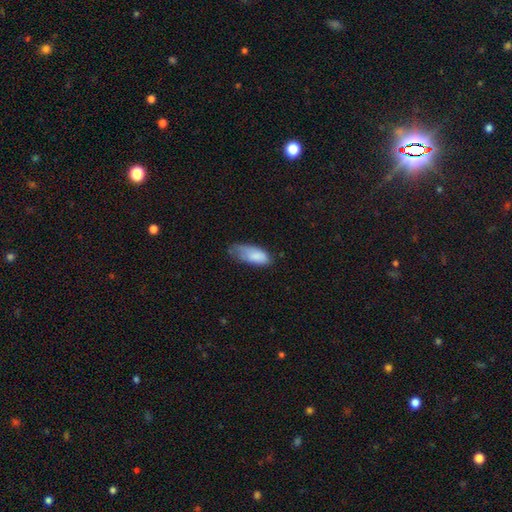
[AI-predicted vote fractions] A smooth galaxy with no disk features (81%) that is in between round and cigar-shaped (87%).

Vote fractions:
- Smooth or featured? smooth: 81% / featured or disk: 12% / star or artifact: 7%
- How rounded? in between: 87% / cigar-shaped: 11% / round: 2%
- Merging? minor disturbance: 45% / none: 32% / major disturbance: 21% / merger: 2%